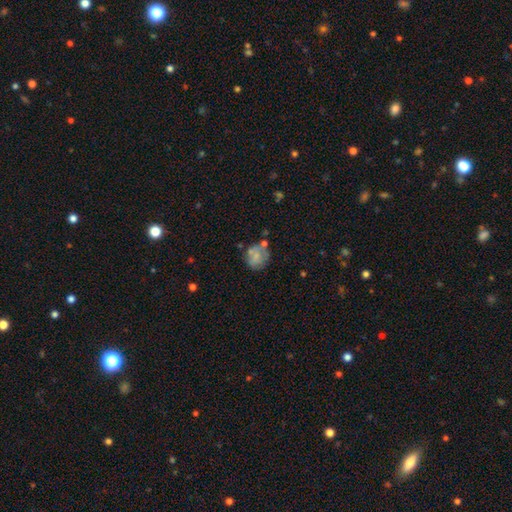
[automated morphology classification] Smooth or featured? Predicted: smooth (p=0.60). How rounded? Predicted: round (p=0.70). Merging? Predicted: none (p=0.48).